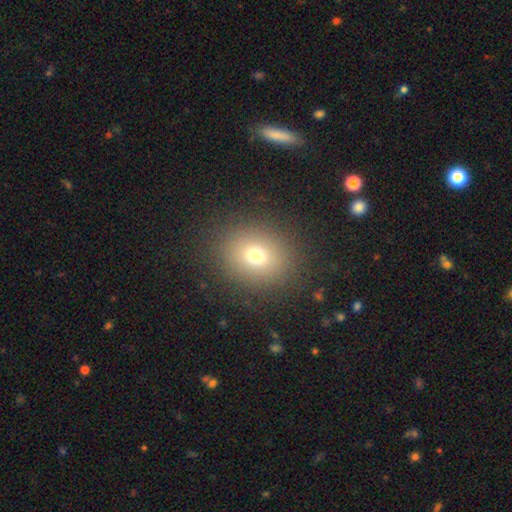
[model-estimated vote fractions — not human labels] smooth_or_featured: smooth (p=0.73) [alt: star or artifact p=0.16]
how_rounded: round (p=0.68) [alt: in between p=0.31]
merging: none (p=0.87) [alt: minor disturbance p=0.08]